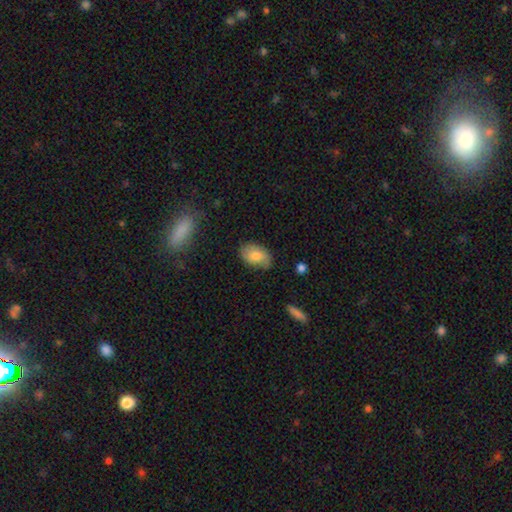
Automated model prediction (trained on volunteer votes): Overall: smooth (75%). How rounded: in between (89%). Merging: none (73%).